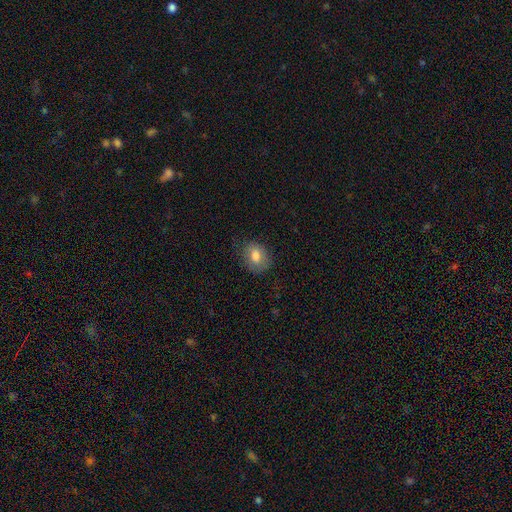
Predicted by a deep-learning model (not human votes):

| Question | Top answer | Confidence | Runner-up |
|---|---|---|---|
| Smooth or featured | smooth | 77% | featured or disk (15%) |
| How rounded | in between | 54% | round (45%) |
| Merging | none | 68% | minor disturbance (23%) |